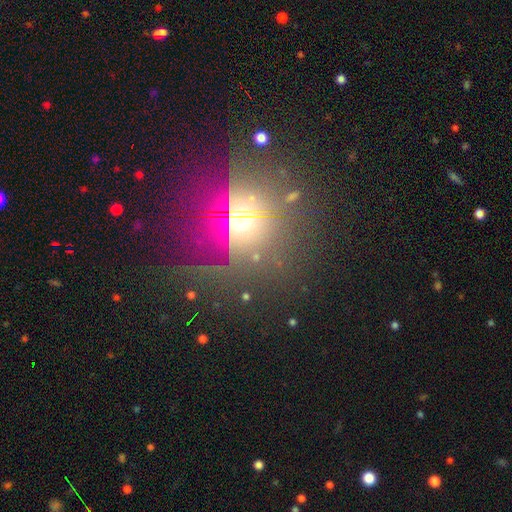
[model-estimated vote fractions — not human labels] Smooth or featured? star or artifact (40%)